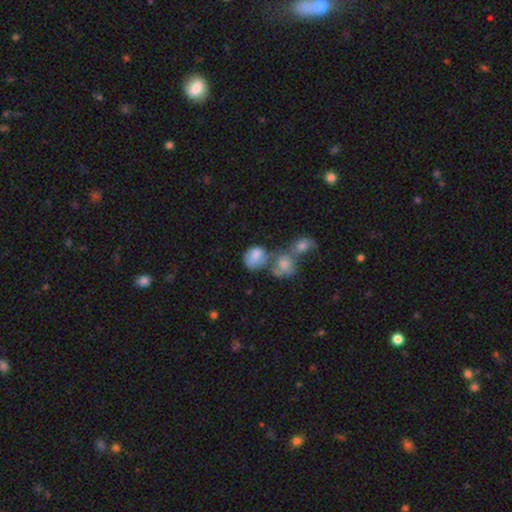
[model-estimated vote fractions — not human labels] A smooth galaxy with no disk features (70%) that is in between round and cigar-shaped (58%). Merging: merger (49%).